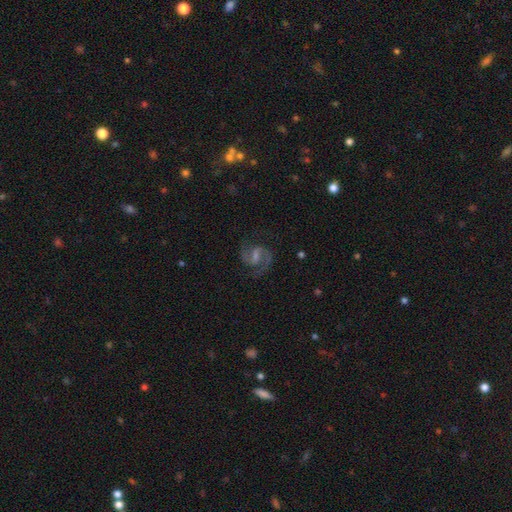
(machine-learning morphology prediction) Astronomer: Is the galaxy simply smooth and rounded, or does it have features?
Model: featured or disk — 89%.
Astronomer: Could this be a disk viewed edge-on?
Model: no — 98%.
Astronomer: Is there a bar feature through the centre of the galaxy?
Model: weak — 56%.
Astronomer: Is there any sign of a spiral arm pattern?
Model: yes — 98%.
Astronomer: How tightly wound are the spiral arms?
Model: medium — 64%.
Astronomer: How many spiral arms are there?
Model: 2 — 93%.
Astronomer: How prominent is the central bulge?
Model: small — 46% (runner-up: moderate, 32%).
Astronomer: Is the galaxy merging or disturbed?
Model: none — 81%.